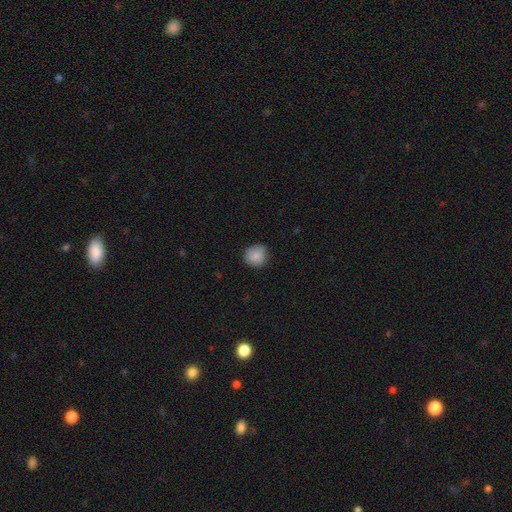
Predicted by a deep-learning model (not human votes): Smooth or featured? Predicted: smooth (p=0.87). How rounded? Predicted: round (p=0.90). Merging? Predicted: none (p=0.83).